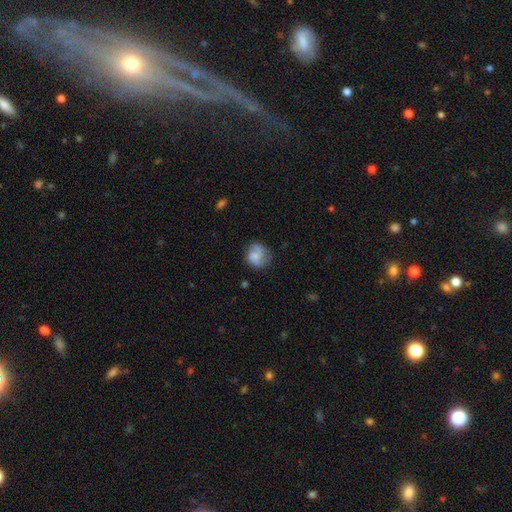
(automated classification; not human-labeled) Smooth or featured? smooth (51%)
How rounded? round (73%)
Merging? none (63%)